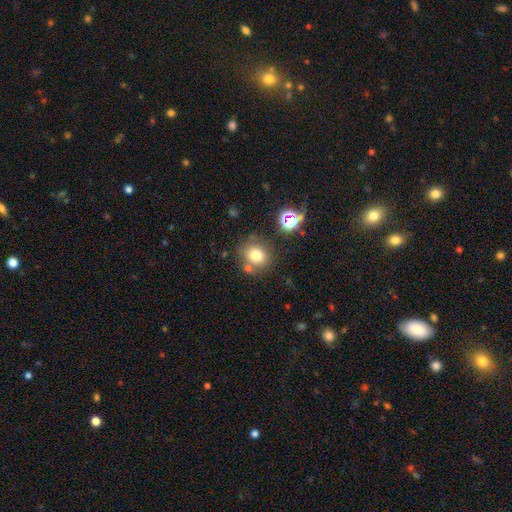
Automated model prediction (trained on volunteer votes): The model was most divided on "how rounded": round: 78%, in between: 21%, cigar-shaped: 1%. More confident: smooth or featured — smooth (76%); merging — none (72%).